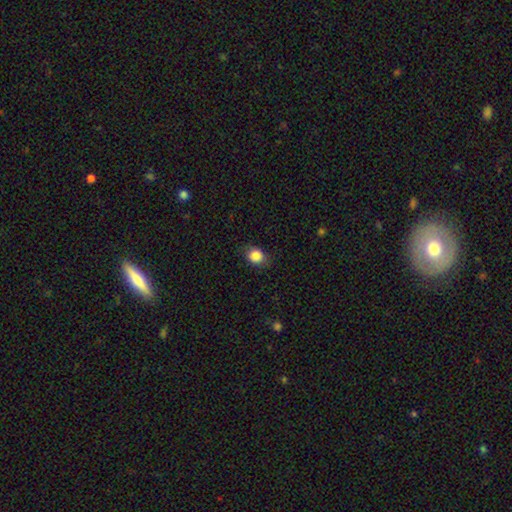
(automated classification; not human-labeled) Smooth or featured?
  - smooth: 86% *
  - star or artifact: 9%
  - featured or disk: 5%
How rounded?
  - round: 65% *
  - in between: 34%
  - cigar-shaped: 1%
Merging?
  - none: 82% *
  - minor disturbance: 14%
  - major disturbance: 3%
  - merger: 1%